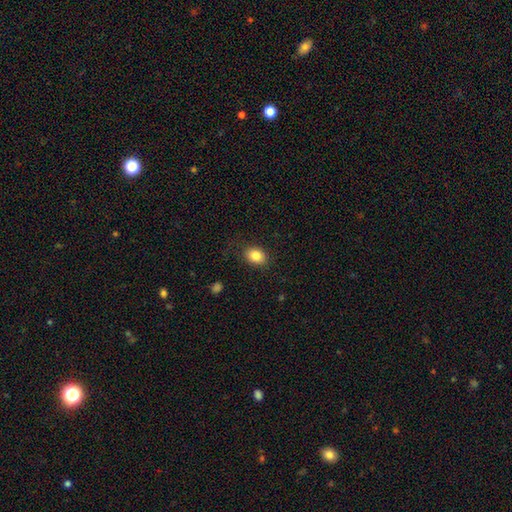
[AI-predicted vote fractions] A smooth galaxy with no disk features (84%) that is in between round and cigar-shaped (65%).

Vote fractions:
- Smooth or featured? smooth: 84% / star or artifact: 9% / featured or disk: 7%
- How rounded? in between: 65% / round: 34% / cigar-shaped: 1%
- Merging? none: 82% / minor disturbance: 13% / major disturbance: 4% / merger: 1%